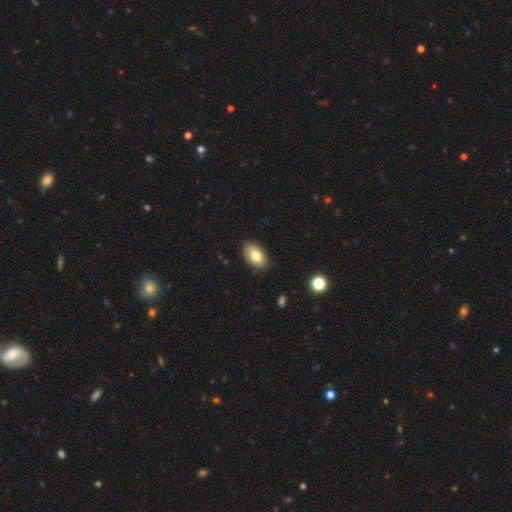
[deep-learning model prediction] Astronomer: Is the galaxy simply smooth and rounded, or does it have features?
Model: smooth — 81%.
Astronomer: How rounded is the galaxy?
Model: in between — 92%.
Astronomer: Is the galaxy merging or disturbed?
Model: none — 86%.